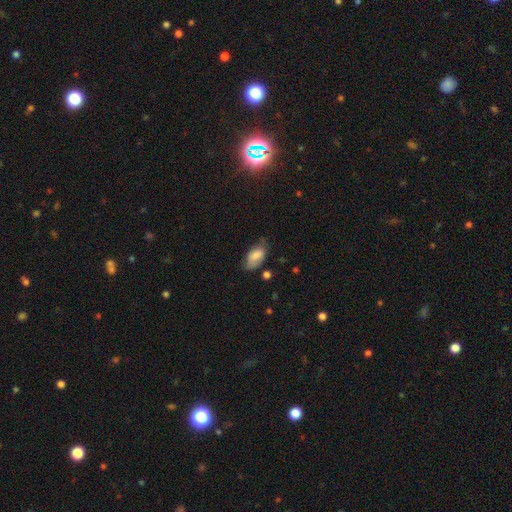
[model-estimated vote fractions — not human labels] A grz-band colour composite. It shows a smooth galaxy with no disk features (76%) that is in between round and cigar-shaped (93%). Merging: none (55%).